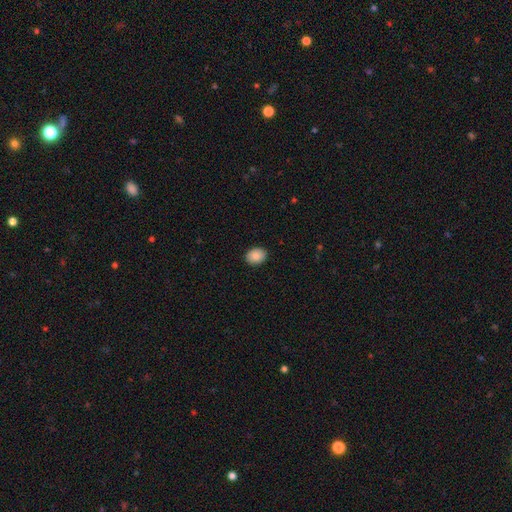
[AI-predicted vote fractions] This is clearly a smooth galaxy (88%). How rounded: likely in between (62%). Merging: clearly none (90%).